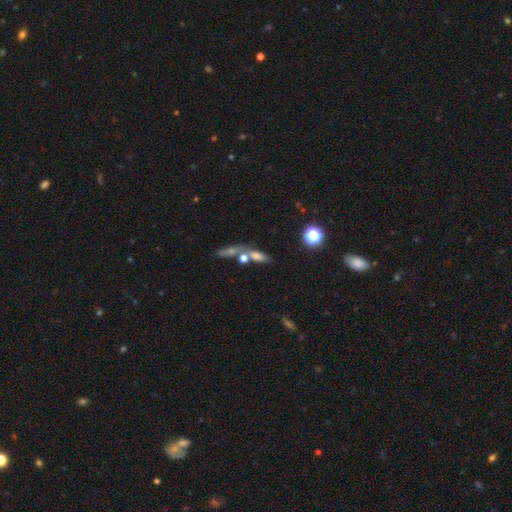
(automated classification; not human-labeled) A smooth galaxy with no disk features (64%) that is in between round and cigar-shaped (60%). Merging: none (43%).